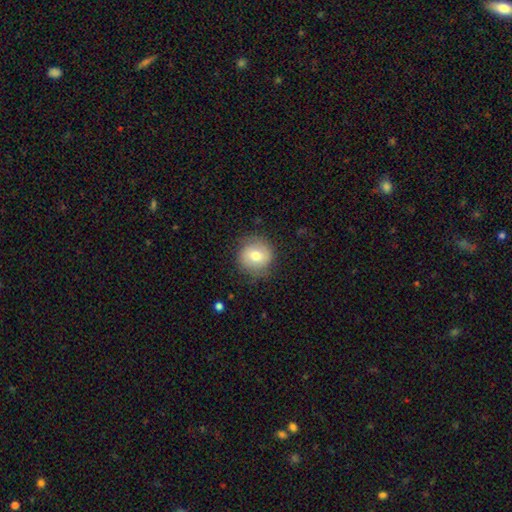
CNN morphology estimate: This appears to be a smooth galaxy with no disk features (71%) that is round (90%). Merging: none (80%).